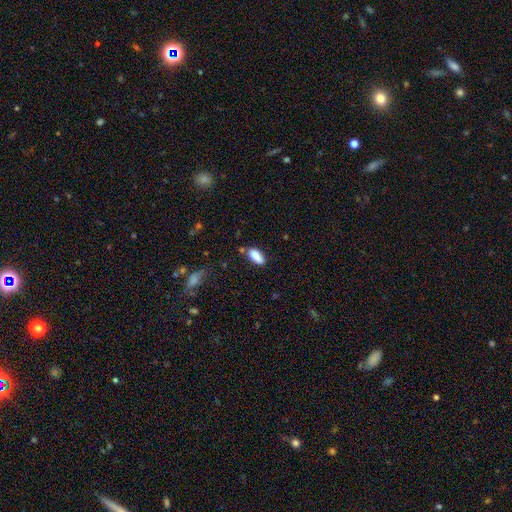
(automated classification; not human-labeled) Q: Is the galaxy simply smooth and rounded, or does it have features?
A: smooth — 84%.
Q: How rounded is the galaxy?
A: in between — 79%.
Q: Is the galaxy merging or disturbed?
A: none — 66%.